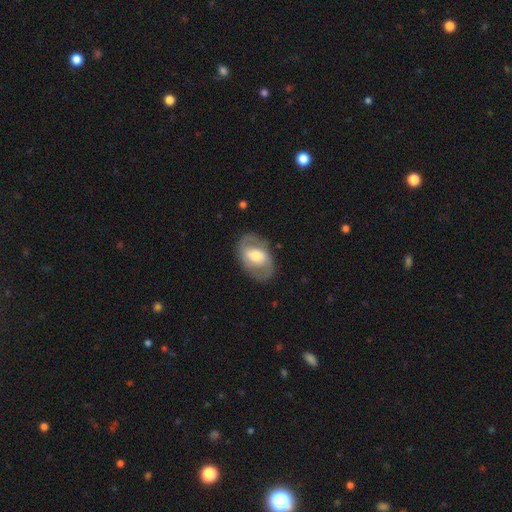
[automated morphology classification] smooth-or-featured: featured or disk: 63% | smooth: 31% | star or artifact: 6%
  disk-edge-on: no: 95% | yes: 5%
    bar: weak: 41% | no: 39% | strong: 21%
    has-spiral-arms: yes: 71% | no: 29%
    bulge-size: moderate: 47% | large: 30% | small: 17% | dominant: 3% | none: 3%
  merging: none: 79% | minor disturbance: 14% | major disturbance: 6% | merger: 1%